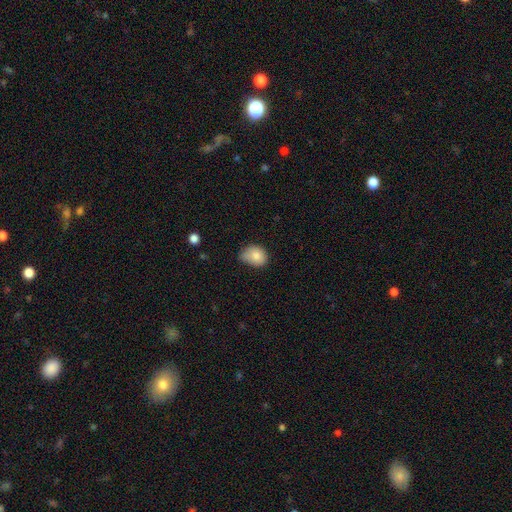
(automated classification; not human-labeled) This is clearly a smooth galaxy (82%). How rounded: possibly in between (57%). Merging: marginally minor disturbance (44%).